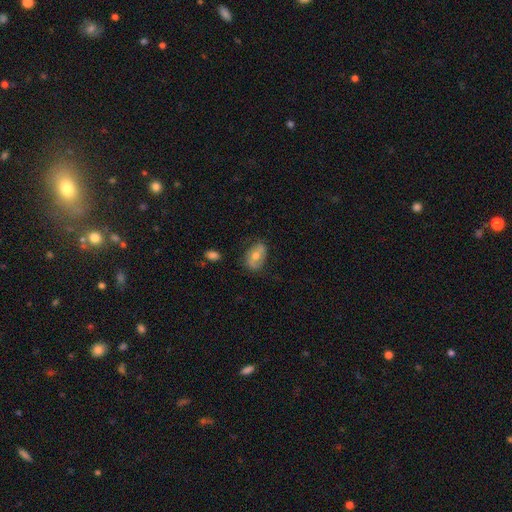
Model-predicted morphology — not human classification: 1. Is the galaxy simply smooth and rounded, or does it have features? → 54% smooth, 38% featured or disk, 8% star or artifact.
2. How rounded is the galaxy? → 85% in between, 14% round, 2% cigar-shaped.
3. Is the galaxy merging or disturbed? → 72% none, 21% minor disturbance, 5% major disturbance, 2% merger.